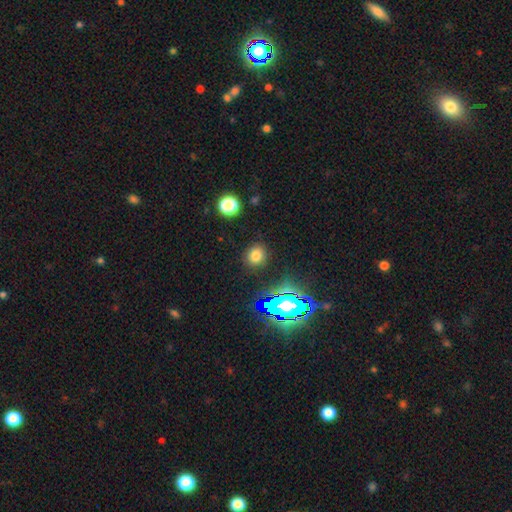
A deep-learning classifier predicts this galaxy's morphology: A smooth galaxy with no disk features (74%) that is round (75%). Merging: none (88%).